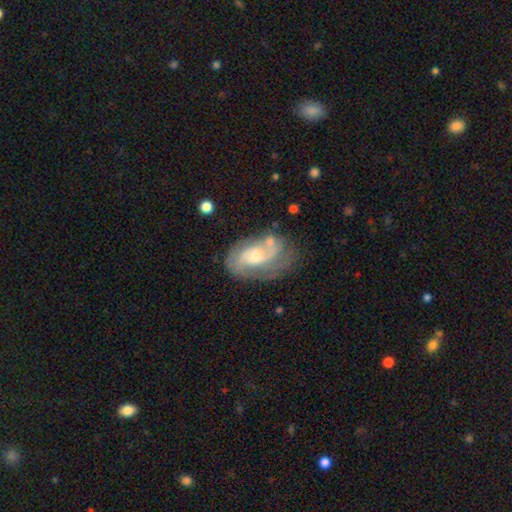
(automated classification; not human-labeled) Smooth or featured?
  - featured or disk: 75% *
  - smooth: 18%
  - star or artifact: 6%
Edge-on disk?
  - no: 96% *
  - yes: 4%
Bar?
  - no: 61% *
  - weak: 33%
  - strong: 6%
Spiral arms?
  - yes: 87% *
  - no: 13%
Spiral winding?
  - medium: 43% *
  - tight: 36%
  - loose: 21%
Spiral arm count?
  - 2: 57% *
  - can't tell: 23%
  - 1: 9%
  - 3: 7%
  - 4: 2%
  - more than 4: 2%
Bulge size?
  - moderate: 48% *
  - small: 46%
  - large: 3%
  - none: 2%
  - dominant: 1%
Merging?
  - none: 51% *
  - minor disturbance: 25%
  - major disturbance: 15%
  - merger: 9%